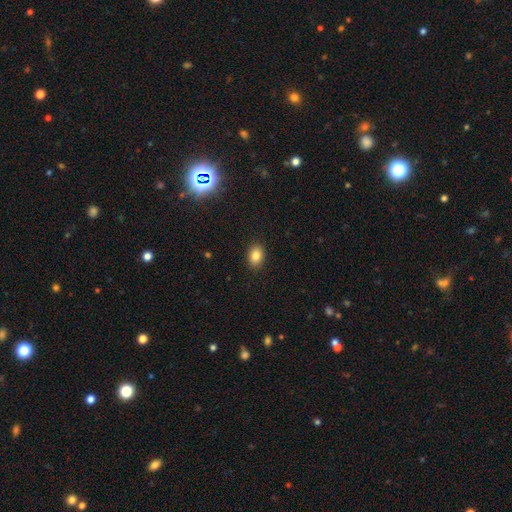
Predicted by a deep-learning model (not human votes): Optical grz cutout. It shows a smooth galaxy with no disk features (83%) that is in between round and cigar-shaped (71%). Merging: none (89%).